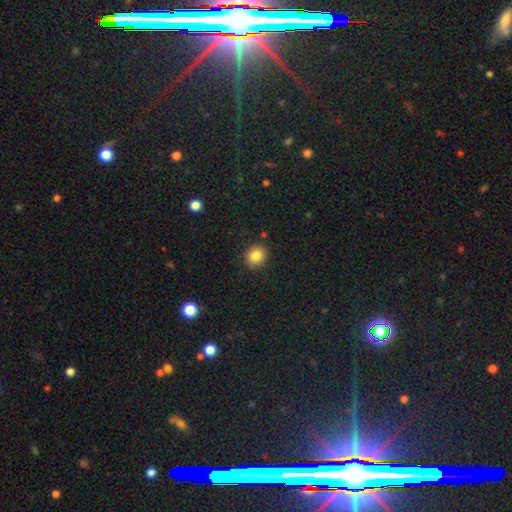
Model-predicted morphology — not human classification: This appears to be a smooth galaxy with no disk features (85%) that is round (72%). Merging: none (88%).